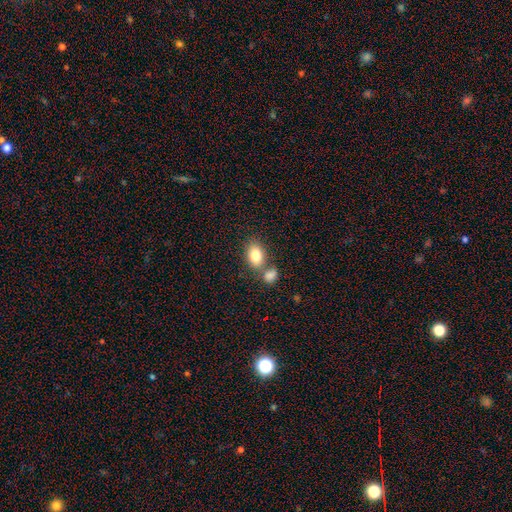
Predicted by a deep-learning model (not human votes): Smooth or featured: smooth — 81% (featured or disk — 10%)
How rounded: in between — 80% (round — 19%)
Merging: none — 52% (merger — 34%)